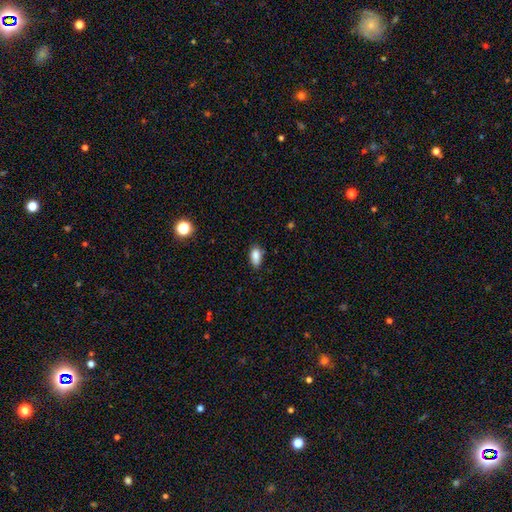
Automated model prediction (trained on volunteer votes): Smooth or featured: smooth — 86% (star or artifact — 9%)
How rounded: in between — 88% (cigar-shaped — 7%)
Merging: none — 74% (minor disturbance — 20%)